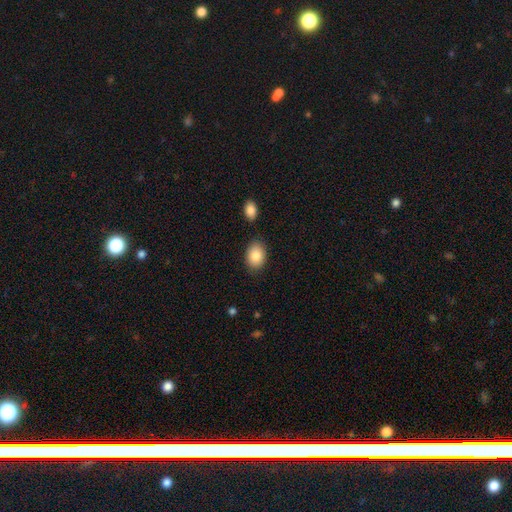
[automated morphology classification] Smooth or featured? smooth (86%)
How rounded? in between (80%)
Merging? none (82%)